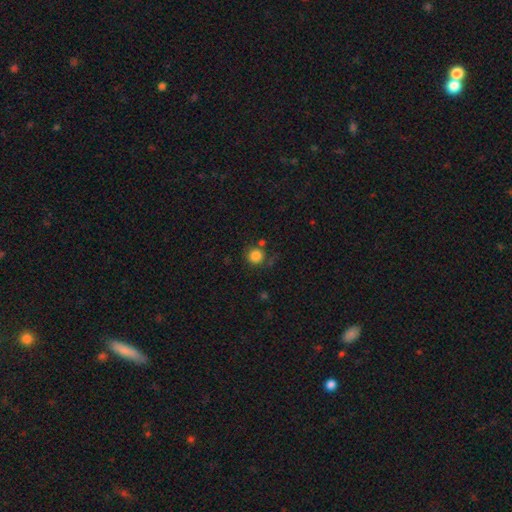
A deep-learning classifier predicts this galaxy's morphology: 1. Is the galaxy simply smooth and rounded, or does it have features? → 84% smooth, 11% star or artifact, 5% featured or disk.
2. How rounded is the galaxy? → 92% round, 7% in between, 1% cigar-shaped.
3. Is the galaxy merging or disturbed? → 72% none, 13% minor disturbance, 9% merger, 6% major disturbance.